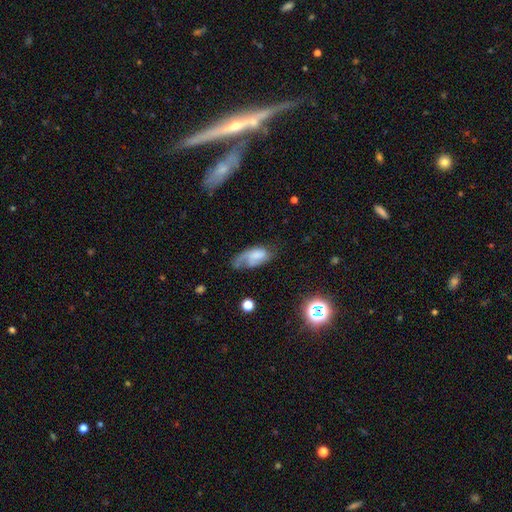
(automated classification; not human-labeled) Smooth or featured? Predicted: featured or disk (p=0.51). Edge-on disk? Predicted: no (p=0.93). Merging? Predicted: none (p=0.35).